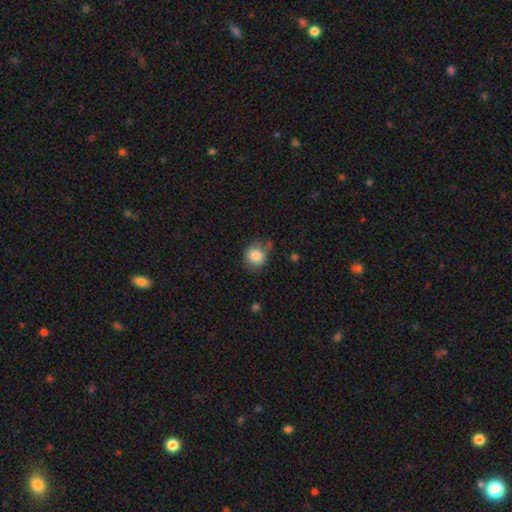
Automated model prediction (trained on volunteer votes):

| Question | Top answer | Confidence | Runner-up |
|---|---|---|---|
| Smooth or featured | smooth | 82% | star or artifact (9%) |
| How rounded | round | 81% | in between (18%) |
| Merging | none | 69% | minor disturbance (21%) |